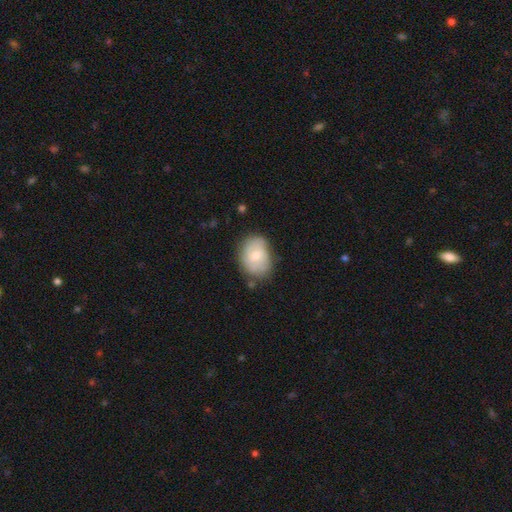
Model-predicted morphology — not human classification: type=smooth (58%); roundness=in between (67%); merging=none (67%).